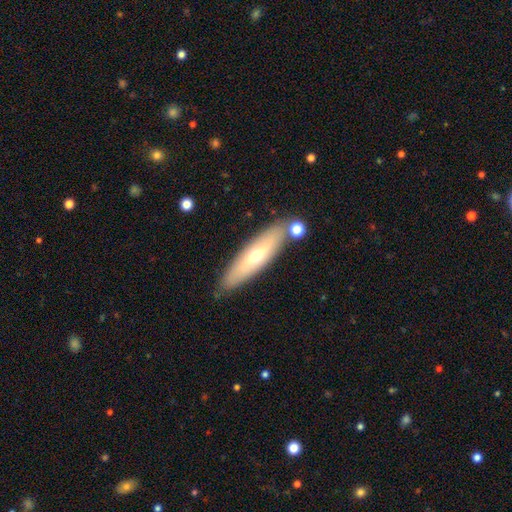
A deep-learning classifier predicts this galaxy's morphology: type=smooth (52%); roundness=cigar-shaped (70%); merging=none (81%).